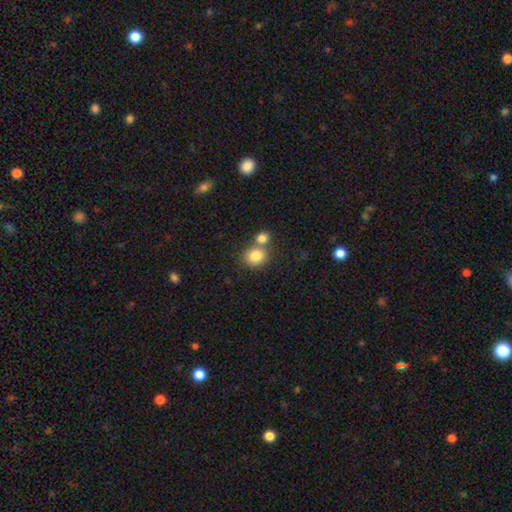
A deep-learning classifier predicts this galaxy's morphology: Smooth or featured: smooth — 82% (star or artifact — 10%)
How rounded: round — 77% (in between — 22%)
Merging: none — 51% (merger — 38%)